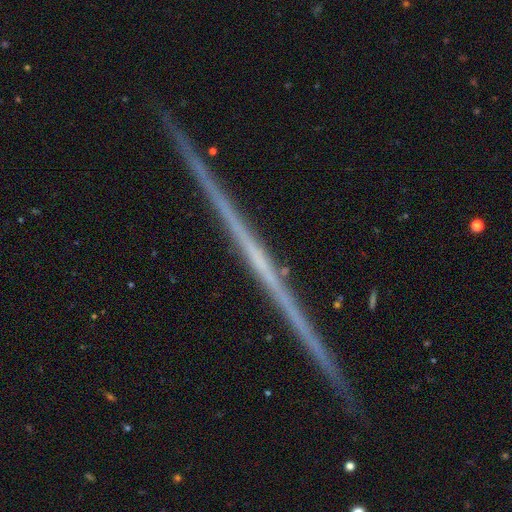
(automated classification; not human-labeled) A featured or disk galaxy (79%) viewed edge-on (98%) with no central bulge (85%). Merging: none (93%).